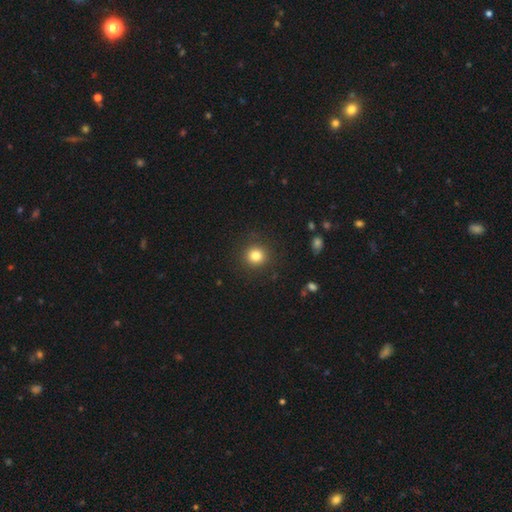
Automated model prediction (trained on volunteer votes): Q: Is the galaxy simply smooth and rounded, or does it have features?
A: smooth — 82%.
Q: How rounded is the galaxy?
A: round — 92%.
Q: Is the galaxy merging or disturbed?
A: none — 90%.